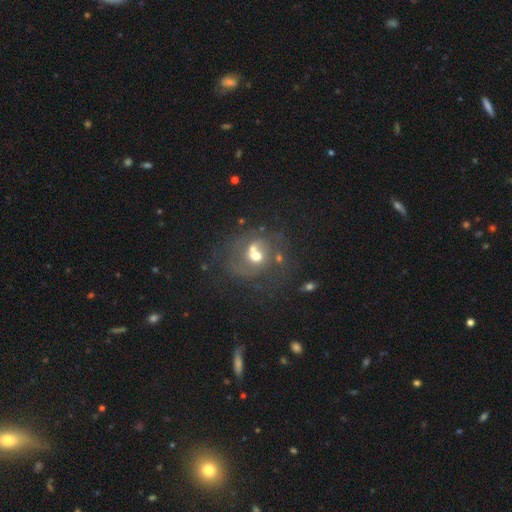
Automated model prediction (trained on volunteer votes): Smooth or featured: featured or disk — 51% (smooth — 35%)
Edge-on disk: no — 97% (yes — 3%)
Merging: merger — 37% (none — 36%)